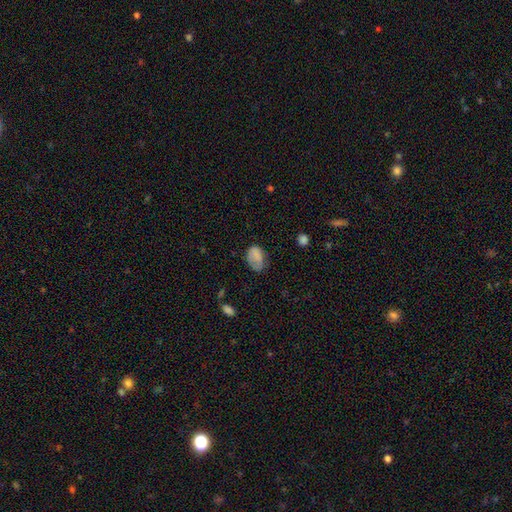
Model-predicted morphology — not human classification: Smooth or featured: smooth — 78% (featured or disk — 13%)
How rounded: in between — 83% (round — 15%)
Merging: none — 48% (minor disturbance — 33%)